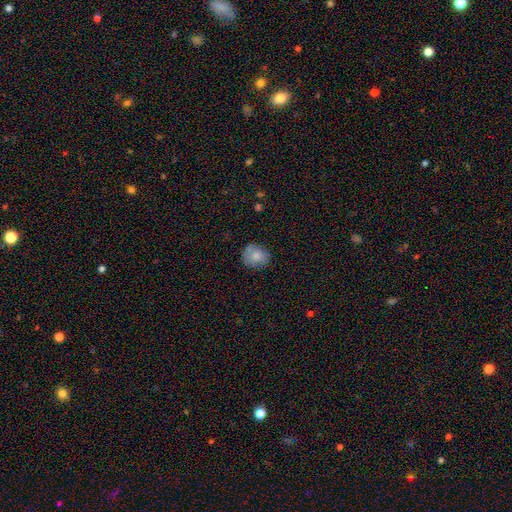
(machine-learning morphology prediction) type=smooth (77%); roundness=round (74%); merging=none (74%).